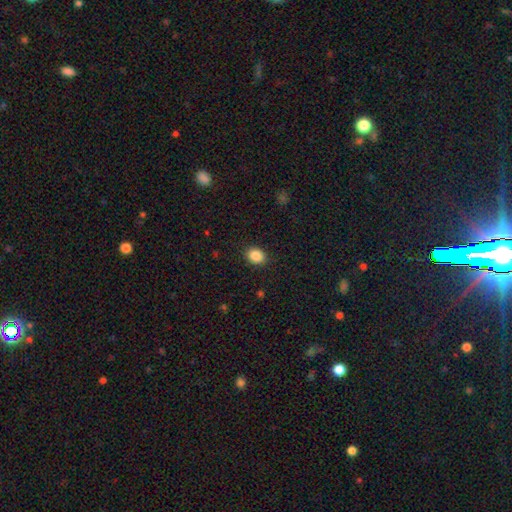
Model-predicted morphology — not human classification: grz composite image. It shows a smooth galaxy with no disk features (87%) that is in between round and cigar-shaped (54%). Merging: none (89%).